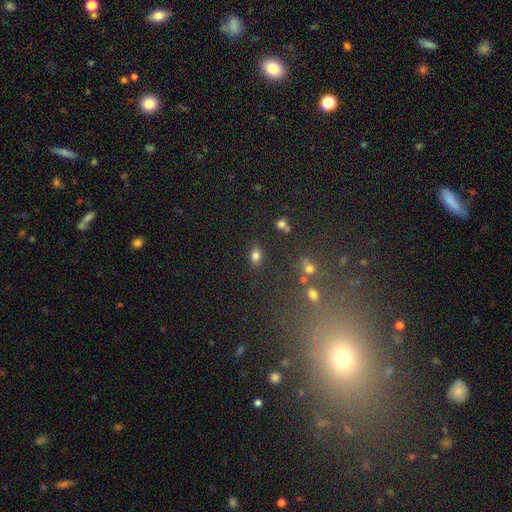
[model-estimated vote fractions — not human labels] Smooth or featured?
  - smooth: 80% *
  - star or artifact: 13%
  - featured or disk: 7%
How rounded?
  - in between: 71% *
  - round: 27%
  - cigar-shaped: 2%
Merging?
  - none: 83% *
  - minor disturbance: 10%
  - merger: 4%
  - major disturbance: 3%